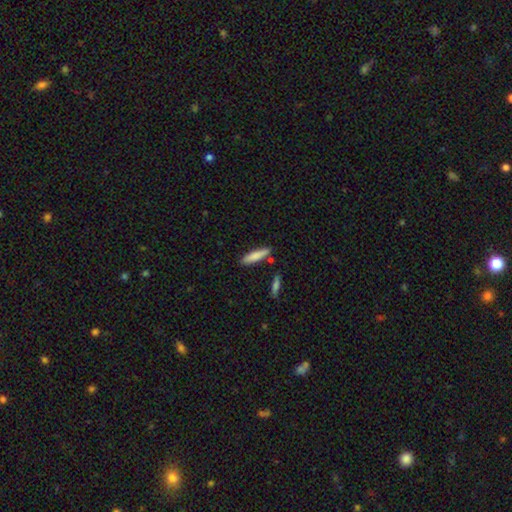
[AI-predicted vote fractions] Smooth or featured?
  - smooth: 81% *
  - featured or disk: 14%
  - star or artifact: 6%
How rounded?
  - cigar-shaped: 79% *
  - in between: 19%
  - round: 2%
Merging?
  - none: 81% *
  - minor disturbance: 11%
  - merger: 6%
  - major disturbance: 2%